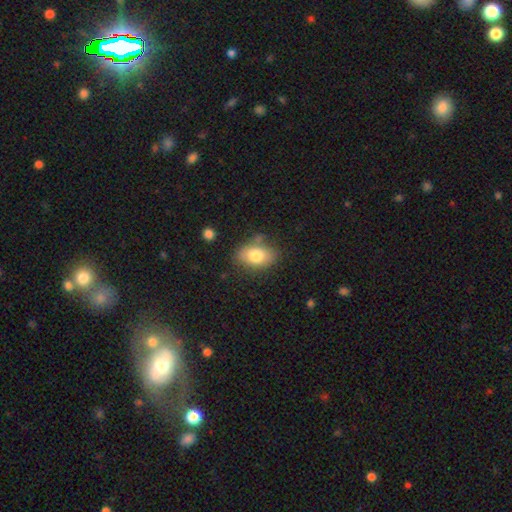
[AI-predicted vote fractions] This appears to be a smooth galaxy with no disk features (78%) that is in between round and cigar-shaped (87%). Merging: none (72%).